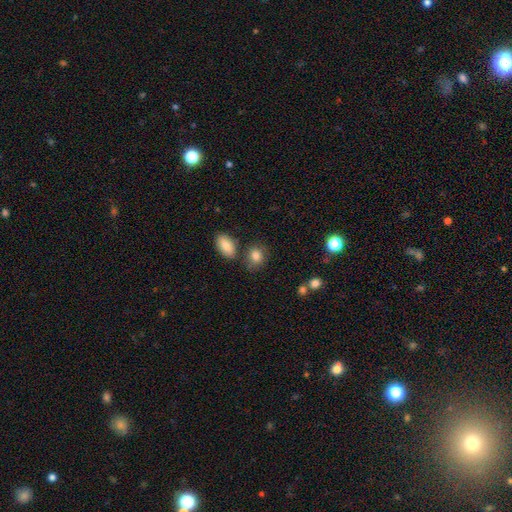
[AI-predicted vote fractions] The model was most divided on "how rounded": round: 52%, in between: 46%, cigar-shaped: 2%. More confident: smooth or featured — smooth (83%); merging — none (71%).